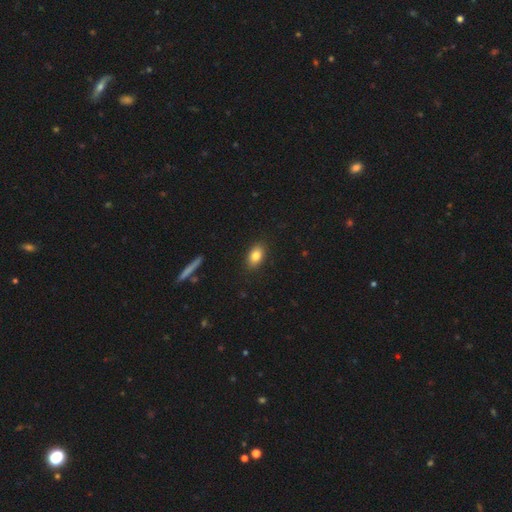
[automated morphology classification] The model was most divided on "how rounded": in between: 85%, round: 13%, cigar-shaped: 2%. More confident: merging — none (88%); smooth or featured — smooth (83%).